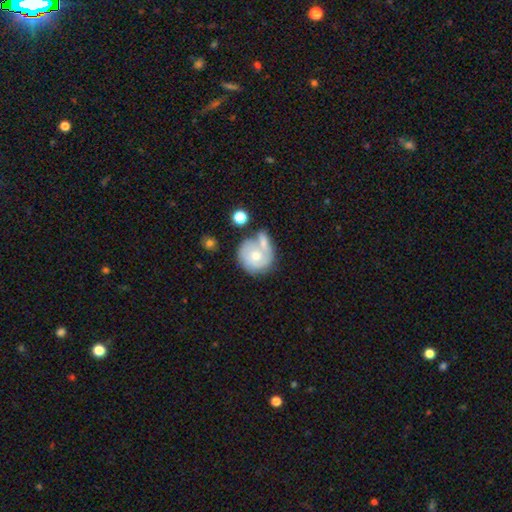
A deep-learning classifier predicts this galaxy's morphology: Smooth or featured? smooth (56%)
How rounded? round (87%)
Merging? none (39%)